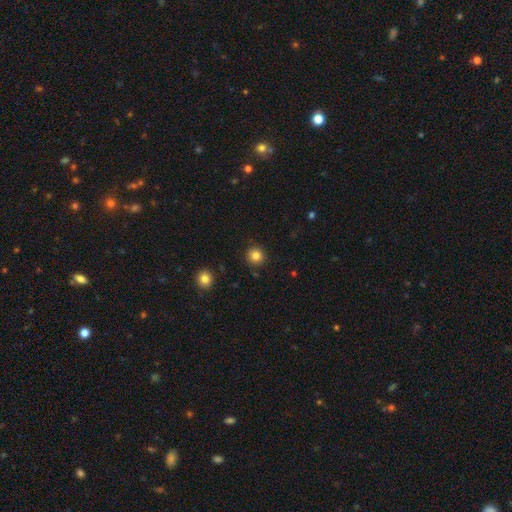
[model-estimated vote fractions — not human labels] Smooth or featured? smooth (84%)
How rounded? round (93%)
Merging? none (90%)